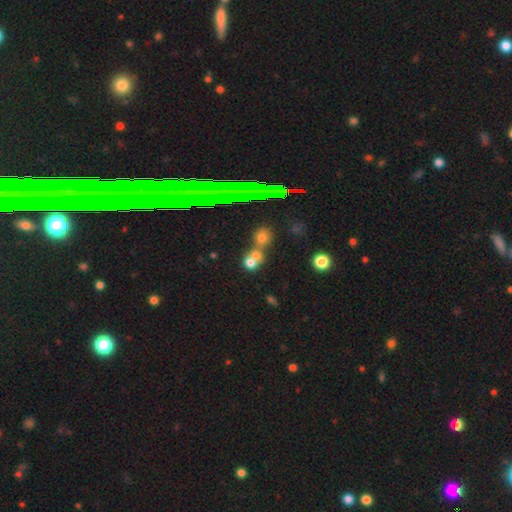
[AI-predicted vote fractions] Smooth or featured?
  - smooth: 63% *
  - star or artifact: 22%
  - featured or disk: 15%
How rounded?
  - round: 75% *
  - in between: 23%
  - cigar-shaped: 2%
Merging?
  - merger: 59% *
  - none: 31%
  - minor disturbance: 6%
  - major disturbance: 3%